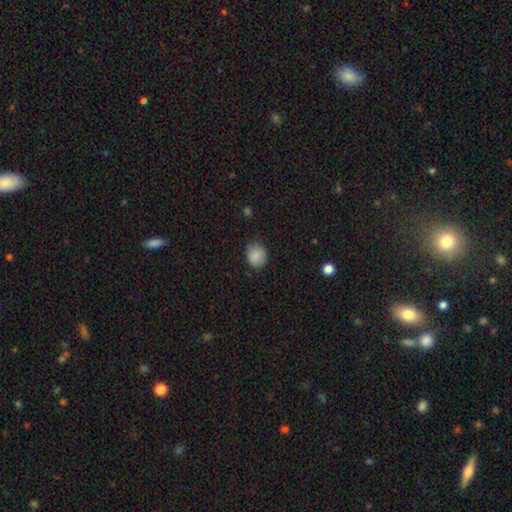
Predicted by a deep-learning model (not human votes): This is clearly a smooth galaxy (86%). How rounded: likely round (72%). Merging: likely none (80%).